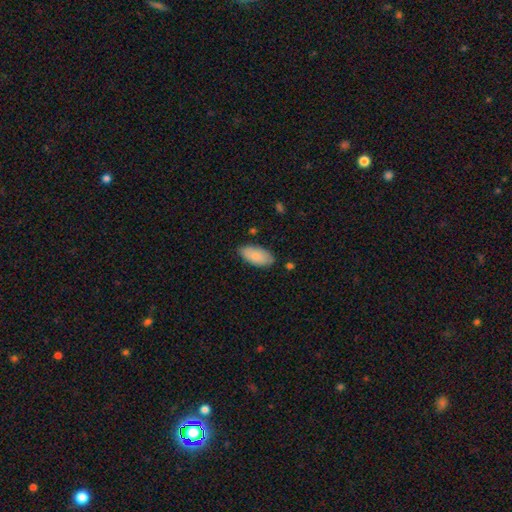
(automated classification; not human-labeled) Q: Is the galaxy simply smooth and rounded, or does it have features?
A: smooth — 84%.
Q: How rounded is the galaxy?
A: in between — 93%.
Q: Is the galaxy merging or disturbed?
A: none — 77%.